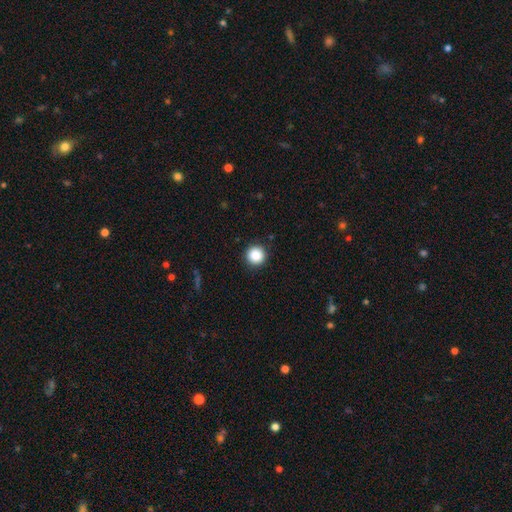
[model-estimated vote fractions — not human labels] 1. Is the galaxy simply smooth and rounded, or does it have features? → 87% smooth, 10% star or artifact, 3% featured or disk.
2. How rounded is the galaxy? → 96% round, 3% in between, 1% cigar-shaped.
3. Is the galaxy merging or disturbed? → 92% none, 5% minor disturbance, 2% major disturbance, 1% merger.